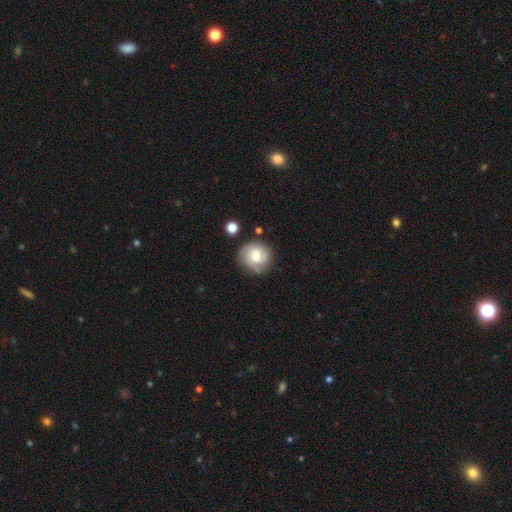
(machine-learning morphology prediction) featured or disk 49%, smooth 44%, star or artifact 8%. Down the decision tree: merging — none (72%).